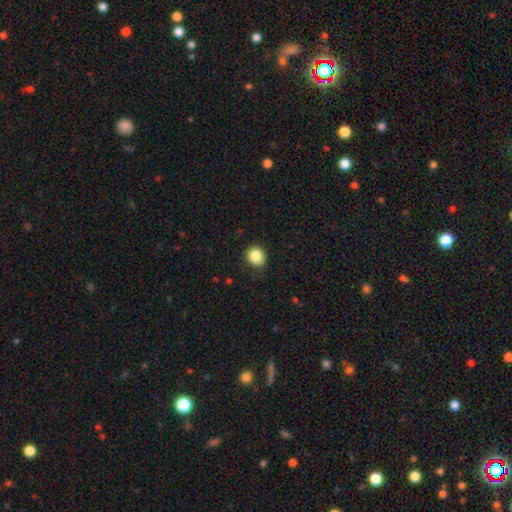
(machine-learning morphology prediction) type=smooth (86%); roundness=round (77%); merging=none (85%).